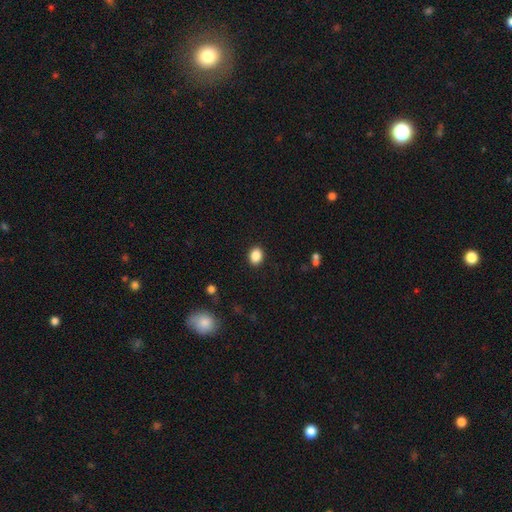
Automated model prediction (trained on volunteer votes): Smooth or featured: smooth — 87% (star or artifact — 9%)
How rounded: in between — 65% (round — 34%)
Merging: none — 89% (minor disturbance — 8%)